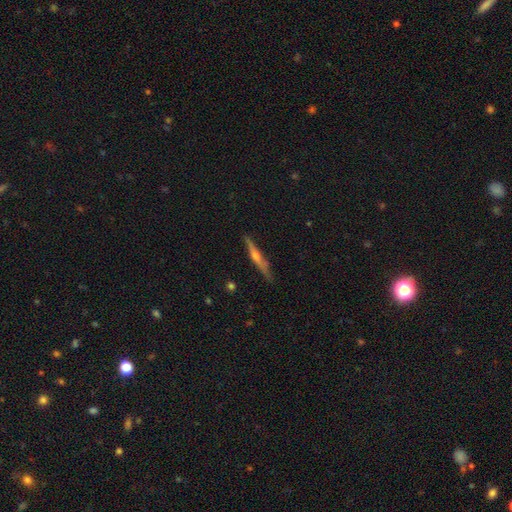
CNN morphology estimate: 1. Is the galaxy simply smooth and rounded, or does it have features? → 73% featured or disk, 20% smooth, 7% star or artifact.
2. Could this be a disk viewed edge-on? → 97% yes, 3% no.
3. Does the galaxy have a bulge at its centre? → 83% rounded, 11% none, 6% boxy.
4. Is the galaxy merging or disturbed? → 88% none, 9% minor disturbance, 2% major disturbance, 1% merger.